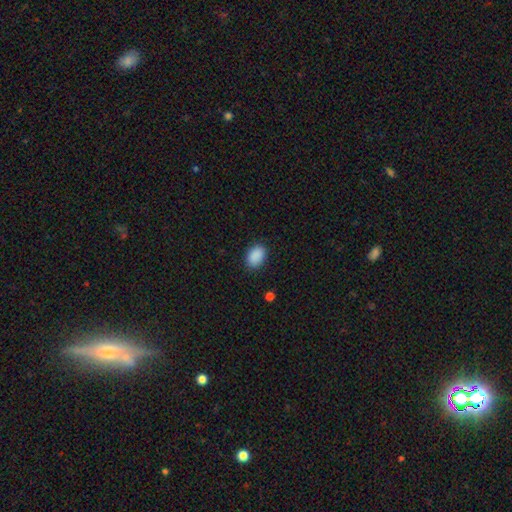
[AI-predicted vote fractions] Smooth or featured?
  - smooth: 90% *
  - star or artifact: 8%
  - featured or disk: 2%
How rounded?
  - in between: 81% *
  - round: 18%
  - cigar-shaped: 1%
Merging?
  - none: 87% *
  - minor disturbance: 9%
  - major disturbance: 2%
  - merger: 1%